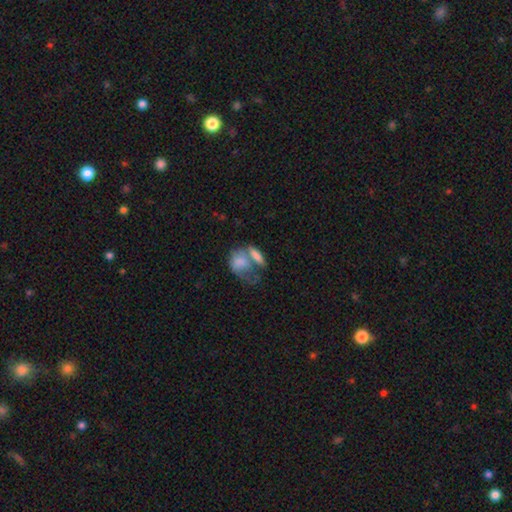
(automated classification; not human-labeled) Smooth or featured: smooth — 71% (featured or disk — 21%)
How rounded: in between — 79% (round — 15%)
Merging: merger — 56% (none — 18%)